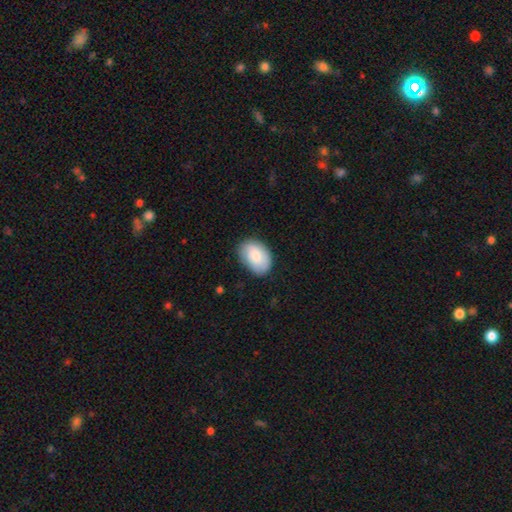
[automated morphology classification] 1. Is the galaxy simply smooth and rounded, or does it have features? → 82% smooth, 12% featured or disk, 6% star or artifact.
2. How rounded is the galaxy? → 87% in between, 12% round, 1% cigar-shaped.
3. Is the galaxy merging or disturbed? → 80% none, 15% minor disturbance, 3% major disturbance, 1% merger.